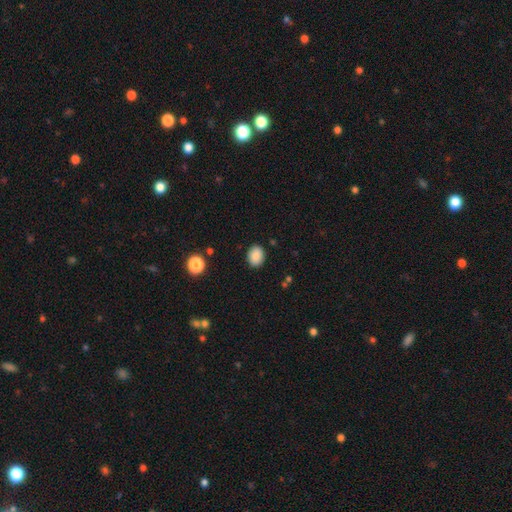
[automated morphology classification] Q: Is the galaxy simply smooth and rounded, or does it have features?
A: smooth — 87%.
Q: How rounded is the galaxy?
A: in between — 62%.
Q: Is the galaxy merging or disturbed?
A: none — 88%.